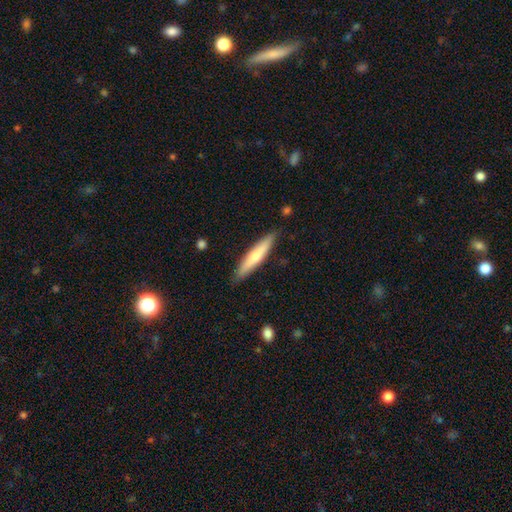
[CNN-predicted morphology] Q: Smooth or featured?
A: smooth (61%); runner-up: featured or disk (34%)
Q: How rounded?
A: cigar-shaped (90%); runner-up: in between (9%)
Q: Merging?
A: none (88%); runner-up: minor disturbance (9%)